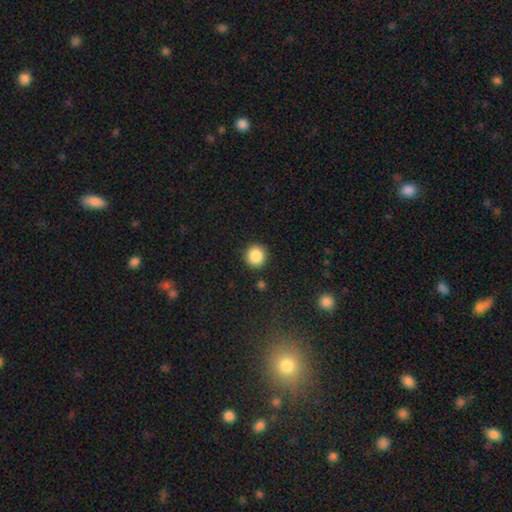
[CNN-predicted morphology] smooth-or-featured: smooth: 87% | star or artifact: 9% | featured or disk: 4%
  how-rounded: round: 95% | in between: 4% | cigar-shaped: 1%
  merging: none: 91% | minor disturbance: 6% | major disturbance: 2% | merger: 1%